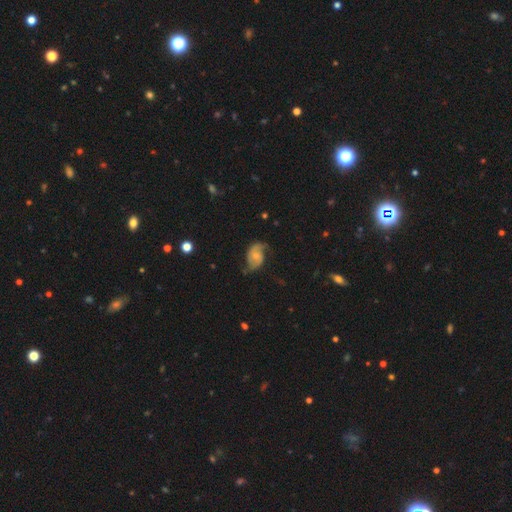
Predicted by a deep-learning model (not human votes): Overall: featured or disk (76%). Edge-on disk: no (97%). Bar: no (64%; weak 31%). Spiral arms: yes (93%). Spiral arm count: 2 (86%). Spiral winding: loose (43%; medium 40%). Bulge size: small (56%; moderate 35%). Merging: none (61%; minor disturbance 24%).